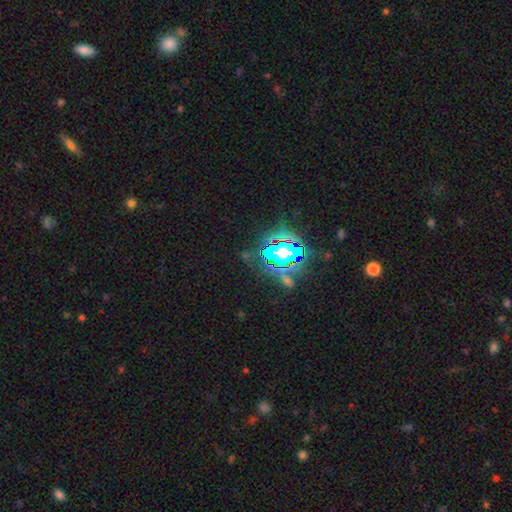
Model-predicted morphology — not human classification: smooth-or-featured: star or artifact: 73% | smooth: 16% | featured or disk: 11%